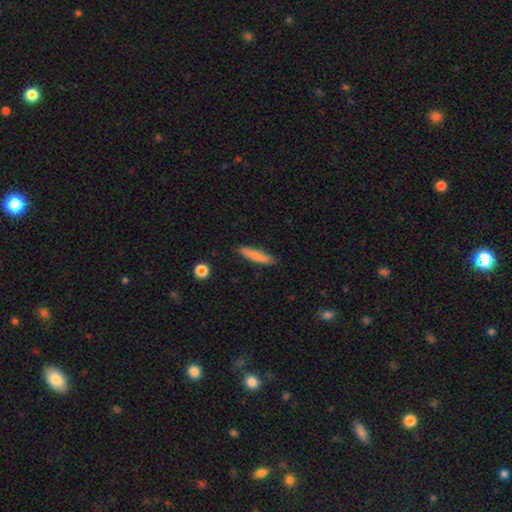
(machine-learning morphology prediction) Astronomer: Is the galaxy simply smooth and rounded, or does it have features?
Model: smooth — 80%.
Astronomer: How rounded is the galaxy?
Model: cigar-shaped — 87%.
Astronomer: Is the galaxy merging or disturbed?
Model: none — 85%.